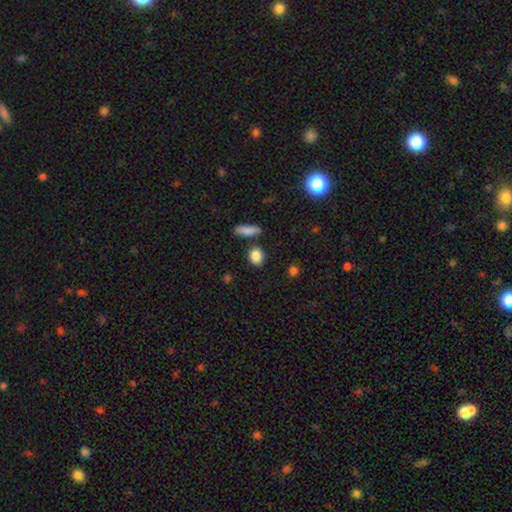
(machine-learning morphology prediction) Smooth or featured: smooth — 86% (star or artifact — 8%)
How rounded: round — 54% (in between — 43%)
Merging: none — 82% (minor disturbance — 10%)